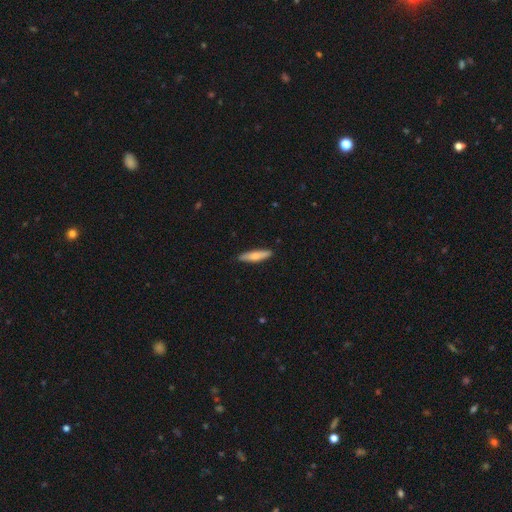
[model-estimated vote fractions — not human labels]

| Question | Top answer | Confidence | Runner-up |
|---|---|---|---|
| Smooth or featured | smooth | 66% | featured or disk (28%) |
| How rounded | cigar-shaped | 79% | in between (20%) |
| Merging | none | 88% | minor disturbance (10%) |